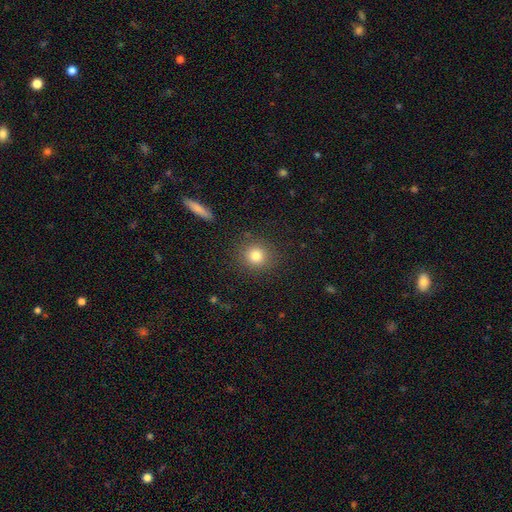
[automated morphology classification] This appears to be a smooth galaxy with no disk features (81%) that is round (88%). Merging: none (88%).